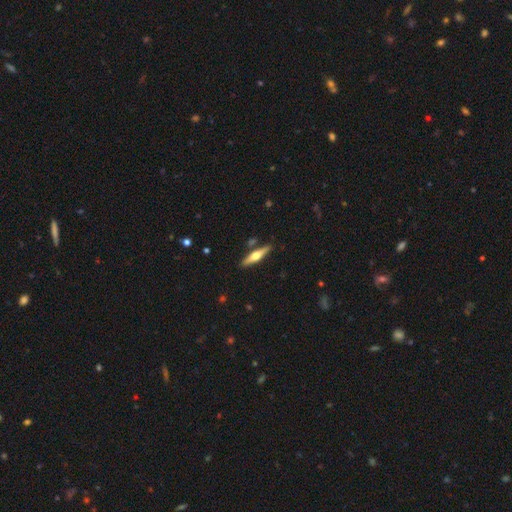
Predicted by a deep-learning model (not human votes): Overall: featured or disk (57%; smooth 38%). Edge-on disk: yes (95%). Edge-on bulge: rounded (93%). Merging: none (86%).